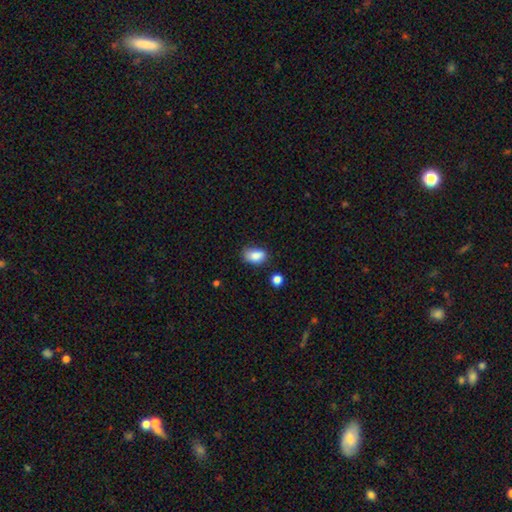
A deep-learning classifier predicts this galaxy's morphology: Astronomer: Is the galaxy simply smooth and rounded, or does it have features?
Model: smooth — 86%.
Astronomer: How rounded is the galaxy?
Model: in between — 86%.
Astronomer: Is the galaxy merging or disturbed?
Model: none — 66%.